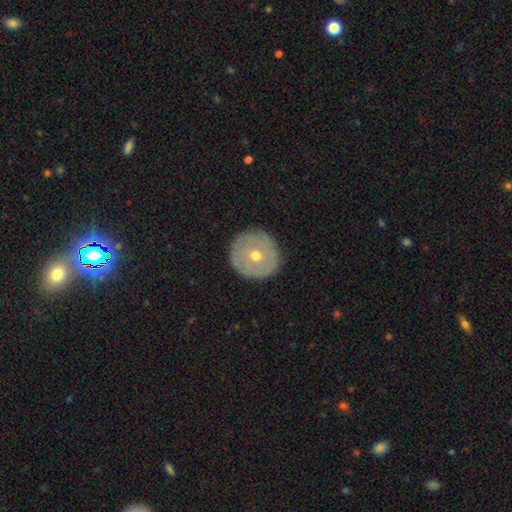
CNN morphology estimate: Smooth or featured: featured or disk — 50% (smooth — 43%)
Merging: none — 88% (minor disturbance — 9%)